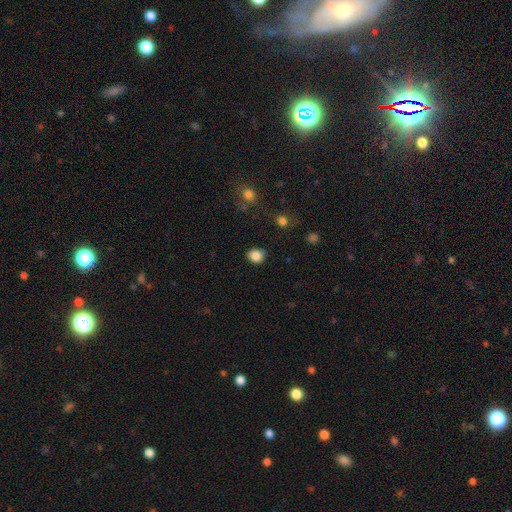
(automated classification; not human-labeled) This is clearly a smooth galaxy (85%). How rounded: likely round (72%). Merging: clearly none (80%).